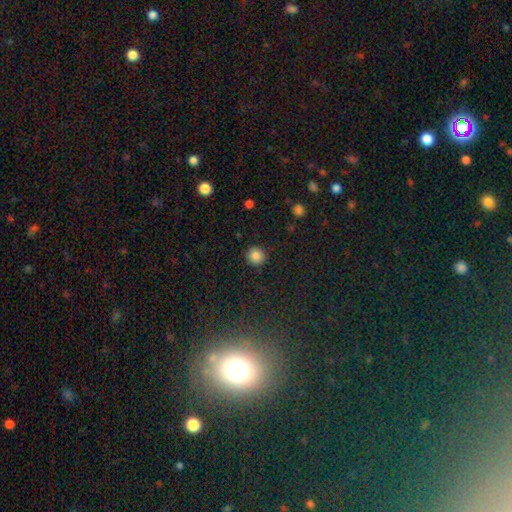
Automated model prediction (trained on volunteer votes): Morphology: type=smooth (85%); roundness=round (93%); merging=none (91%).